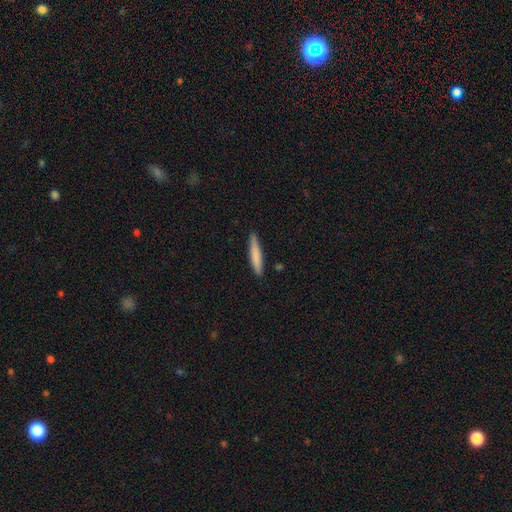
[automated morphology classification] Smooth or featured?
  - smooth: 78% *
  - featured or disk: 16%
  - star or artifact: 5%
How rounded?
  - cigar-shaped: 93% *
  - in between: 6%
  - round: 1%
Merging?
  - none: 89% *
  - minor disturbance: 9%
  - major disturbance: 1%
  - merger: 1%